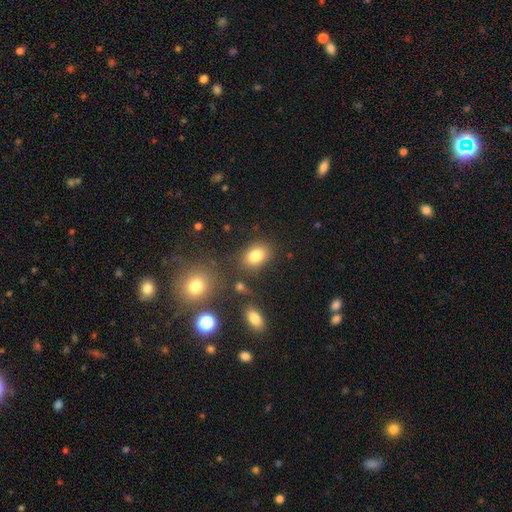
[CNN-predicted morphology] The model was most divided on "how rounded": in between: 73%, round: 26%, cigar-shaped: 1%. More confident: smooth or featured — smooth (82%); merging — none (79%).